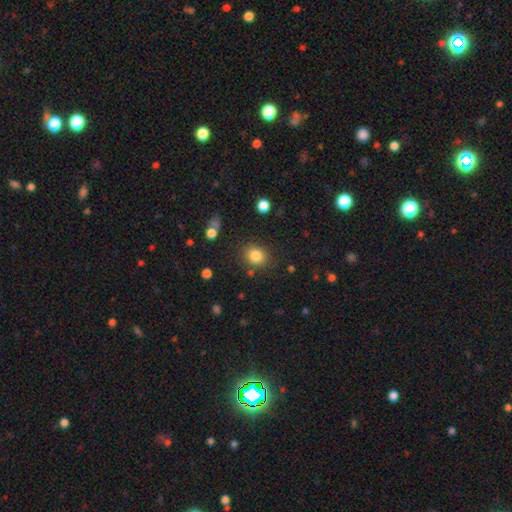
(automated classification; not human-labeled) Morphology: type=smooth (83%); roundness=round (71%); merging=none (83%).